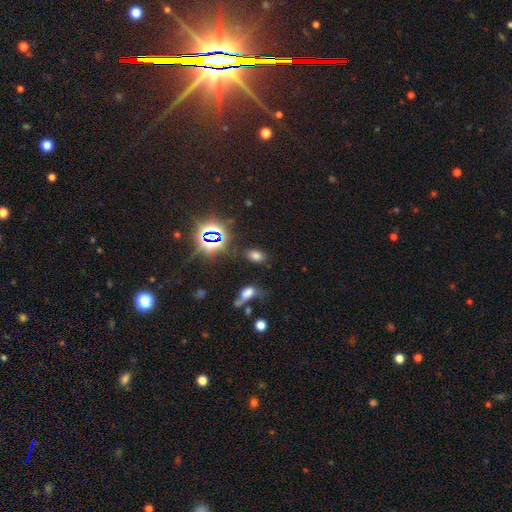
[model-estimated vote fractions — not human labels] This appears to be a smooth galaxy with no disk features (63%) that is in between round and cigar-shaped (88%). Merging: none (74%).